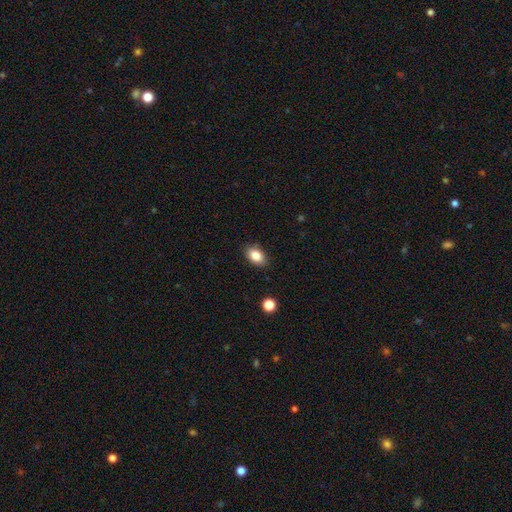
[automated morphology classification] smooth 85%, star or artifact 9%, featured or disk 6%. Down the decision tree: how rounded — in between (84%); merging — none (85%).